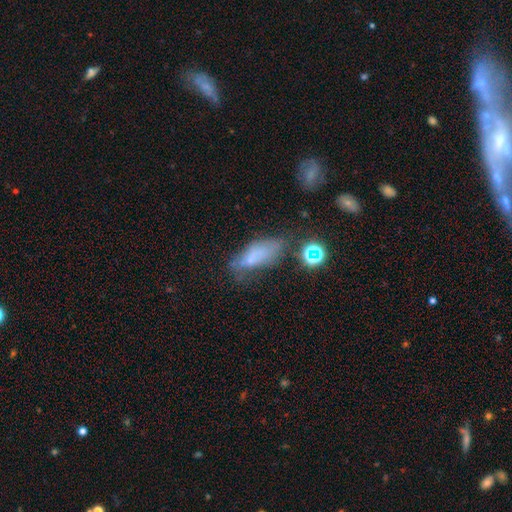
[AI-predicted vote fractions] Smooth or featured? smooth (61%)
How rounded? in between (76%)
Merging? none (41%)